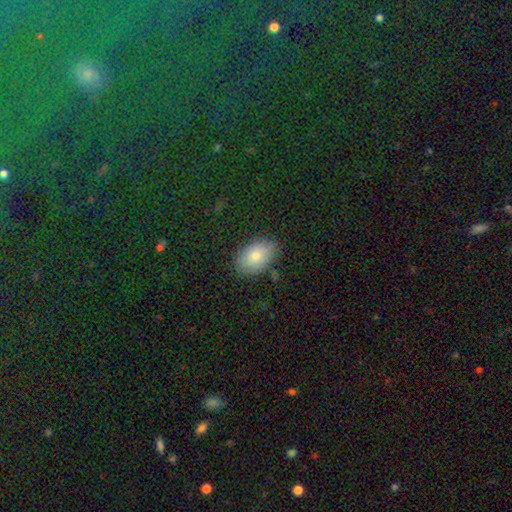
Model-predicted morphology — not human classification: smooth-or-featured: smooth: 80% | featured or disk: 12% | star or artifact: 8%
  how-rounded: in between: 91% | round: 8% | cigar-shaped: 1%
  merging: none: 84% | minor disturbance: 12% | major disturbance: 3% | merger: 2%